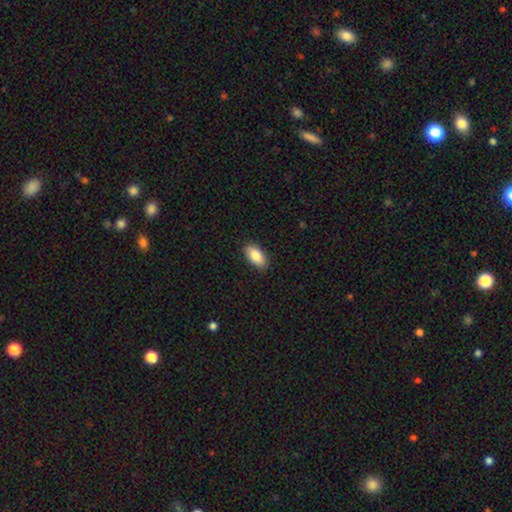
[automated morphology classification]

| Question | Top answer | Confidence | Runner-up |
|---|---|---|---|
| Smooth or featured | smooth | 86% | featured or disk (8%) |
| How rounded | in between | 93% | cigar-shaped (4%) |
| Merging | none | 89% | minor disturbance (9%) |